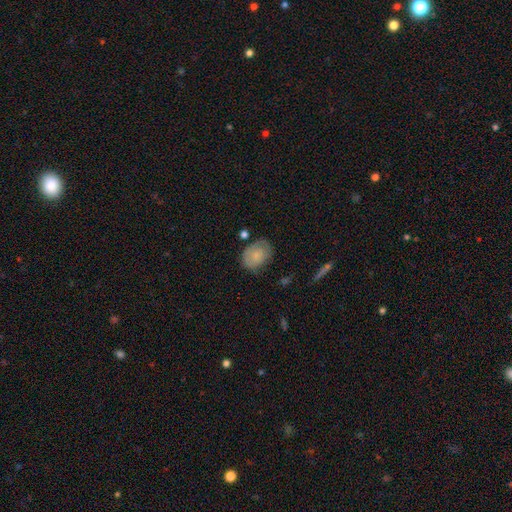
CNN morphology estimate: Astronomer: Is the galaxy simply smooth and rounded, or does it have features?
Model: smooth — 69%.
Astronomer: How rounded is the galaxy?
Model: in between — 66%.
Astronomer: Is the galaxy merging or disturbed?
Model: none — 63%.